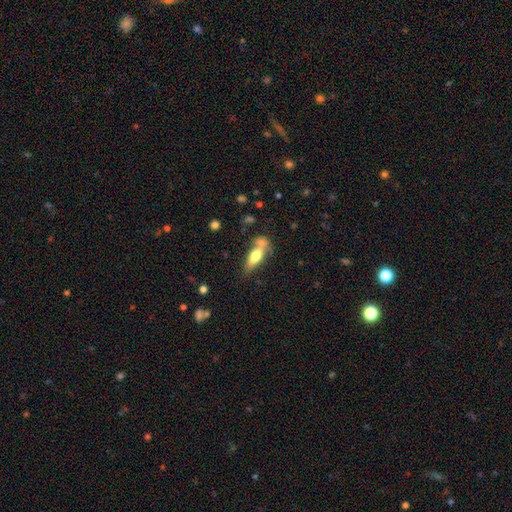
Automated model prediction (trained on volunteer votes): This appears to be a smooth galaxy with no disk features (64%) that is in between round and cigar-shaped (61%). Merging: none (43%).